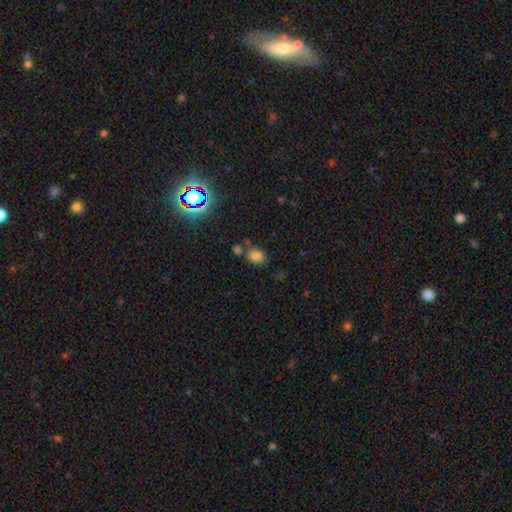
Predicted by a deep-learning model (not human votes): Overall: smooth (76%). How rounded: in between (53%; round 45%). Merging: none (63%).